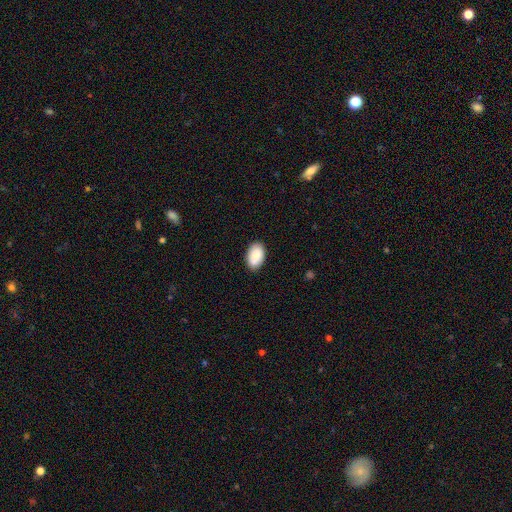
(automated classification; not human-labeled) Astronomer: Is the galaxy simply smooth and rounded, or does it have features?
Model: smooth — 86%.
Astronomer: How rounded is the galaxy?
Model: in between — 92%.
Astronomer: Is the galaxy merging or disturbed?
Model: none — 86%.